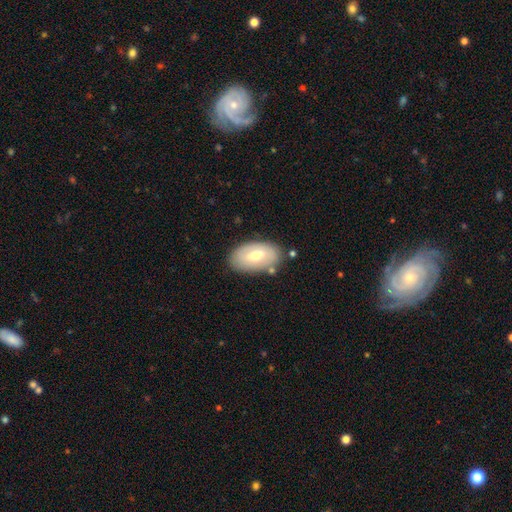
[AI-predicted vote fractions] smooth-or-featured: smooth: 54% | featured or disk: 39% | star or artifact: 7%
  how-rounded: in between: 94% | round: 4% | cigar-shaped: 2%
  merging: none: 80% | minor disturbance: 13% | merger: 4% | major disturbance: 3%